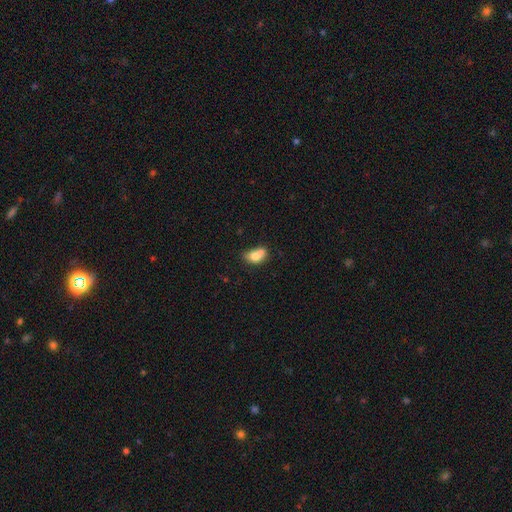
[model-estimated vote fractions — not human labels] A smooth galaxy with no disk features (74%) that is in between round and cigar-shaped (79%).

Vote fractions:
- Smooth or featured? smooth: 74% / featured or disk: 17% / star or artifact: 9%
- How rounded? in between: 79% / round: 18% / cigar-shaped: 3%
- Merging? merger: 36% / none: 32% / minor disturbance: 23% / major disturbance: 10%